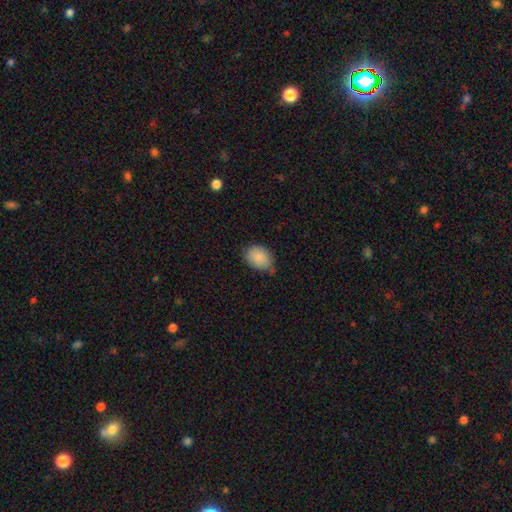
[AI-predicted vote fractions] Smooth or featured? Predicted: smooth (p=0.87). How rounded? Predicted: in between (p=0.70). Merging? Predicted: none (p=0.69).